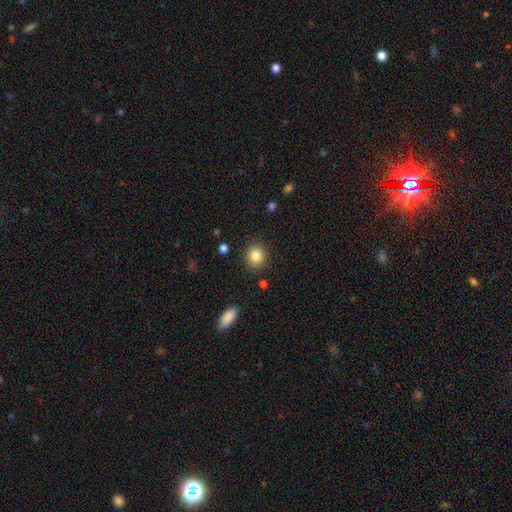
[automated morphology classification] Smooth or featured? Predicted: smooth (p=0.84). How rounded? Predicted: round (p=0.79). Merging? Predicted: none (p=0.88).